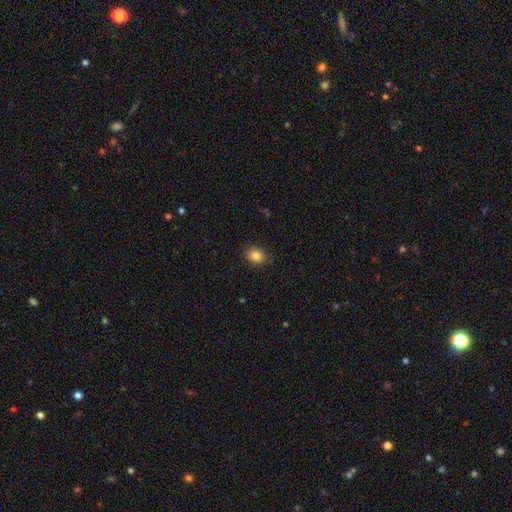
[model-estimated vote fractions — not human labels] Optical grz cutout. It shows a smooth galaxy with no disk features (85%) that is in between round and cigar-shaped (54%). Merging: none (87%).